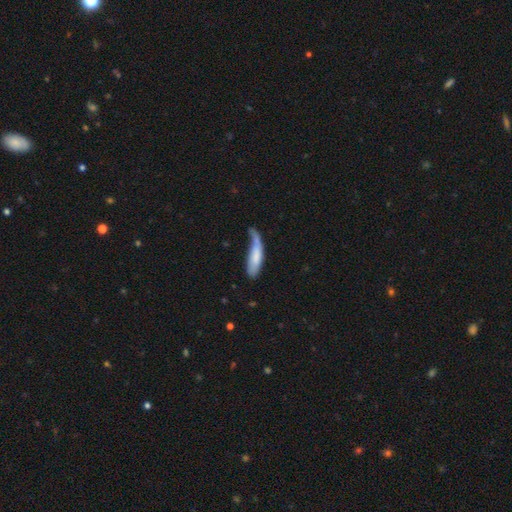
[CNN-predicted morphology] Smooth or featured? smooth (73%)
How rounded? cigar-shaped (64%)
Merging? minor disturbance (32%)